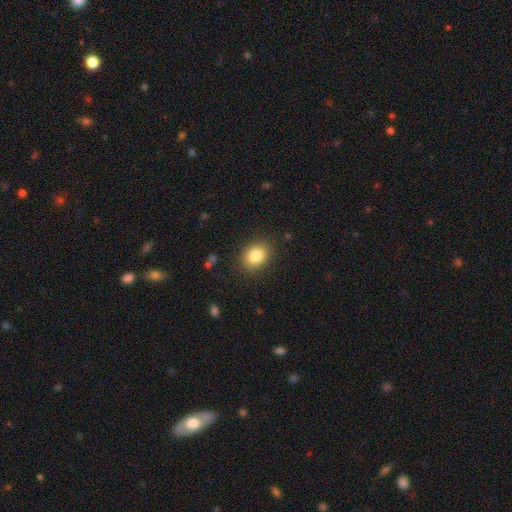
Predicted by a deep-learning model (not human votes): smooth 83%, star or artifact 10%, featured or disk 7%. Down the decision tree: how rounded — round (50%); merging — none (86%).